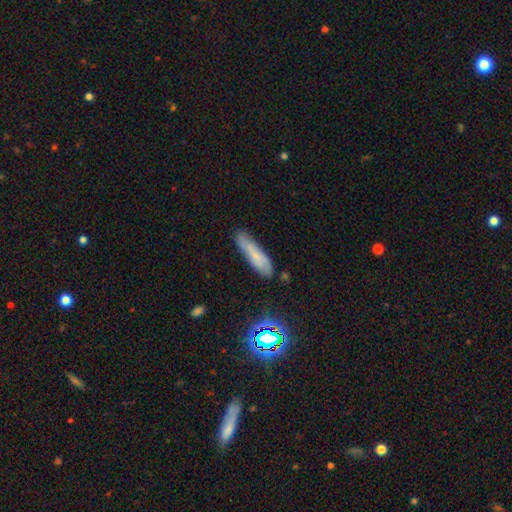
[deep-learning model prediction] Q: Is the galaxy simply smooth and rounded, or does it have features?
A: smooth — 60%.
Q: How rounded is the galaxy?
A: cigar-shaped — 73%.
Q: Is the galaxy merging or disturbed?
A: none — 71%.